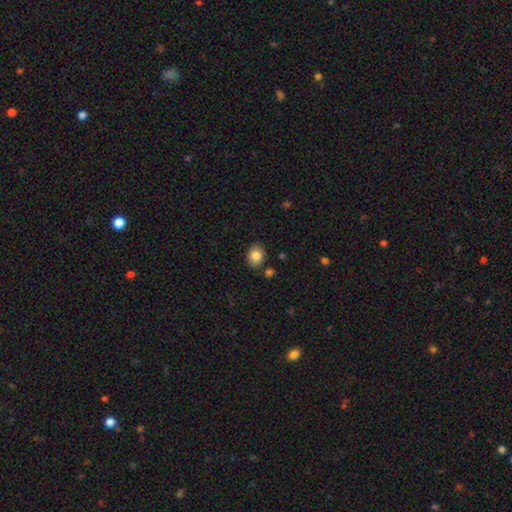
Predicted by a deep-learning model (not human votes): Smooth or featured?
  - smooth: 83% *
  - star or artifact: 9%
  - featured or disk: 8%
How rounded?
  - round: 50% *
  - in between: 49%
  - cigar-shaped: 1%
Merging?
  - none: 84% *
  - minor disturbance: 11%
  - merger: 4%
  - major disturbance: 2%